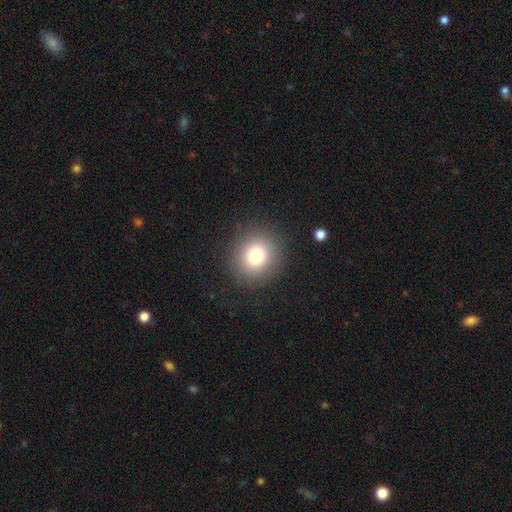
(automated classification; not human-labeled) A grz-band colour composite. It shows a smooth galaxy with no disk features (80%) that is round (81%). Merging: none (88%).